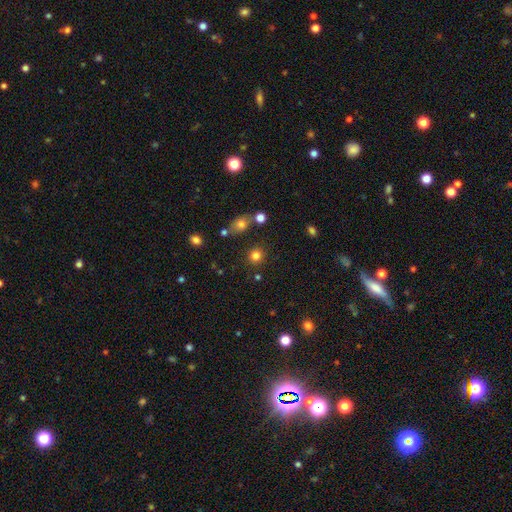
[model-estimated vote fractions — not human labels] Smooth or featured? Predicted: smooth (p=0.81). How rounded? Predicted: round (p=0.88). Merging? Predicted: none (p=0.84).